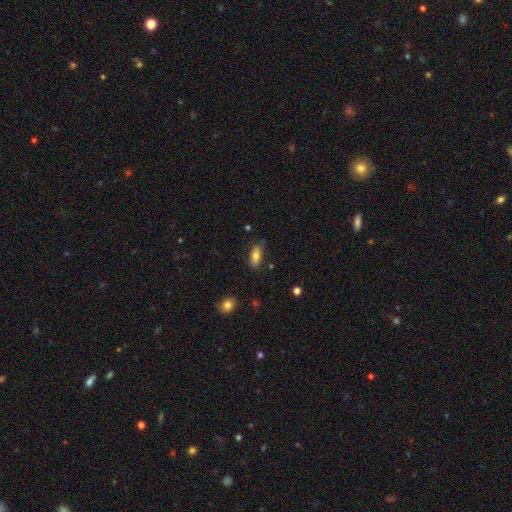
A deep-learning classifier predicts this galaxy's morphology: type=smooth (78%); roundness=in between (86%); merging=none (78%).